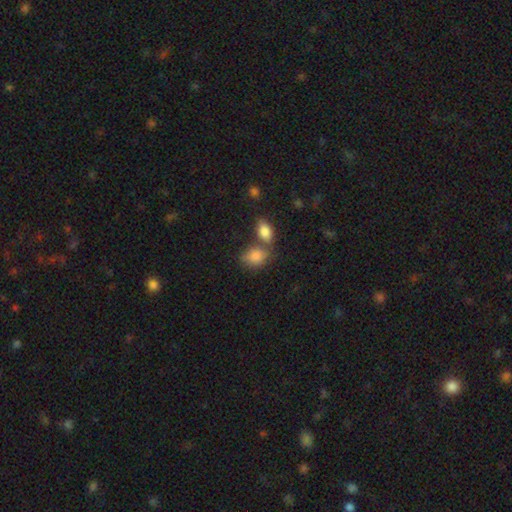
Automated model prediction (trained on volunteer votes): A smooth galaxy with no disk features (84%) that is in between round and cigar-shaped (74%). Merging: none (42%).